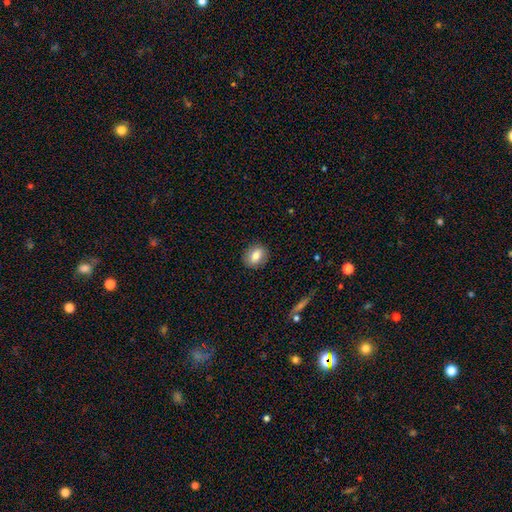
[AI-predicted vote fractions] Overall: smooth (80%). How rounded: round (55%; in between 44%). Merging: none (88%).